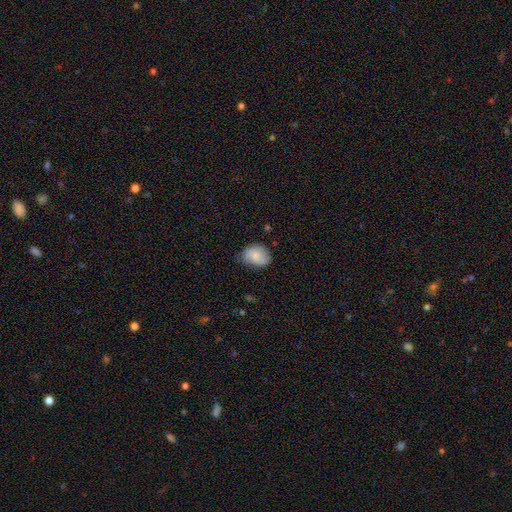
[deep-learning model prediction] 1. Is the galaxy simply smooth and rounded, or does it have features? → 76% smooth, 17% featured or disk, 7% star or artifact.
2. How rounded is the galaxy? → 62% in between, 37% round, 1% cigar-shaped.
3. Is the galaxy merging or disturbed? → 66% none, 27% minor disturbance, 6% major disturbance, 1% merger.